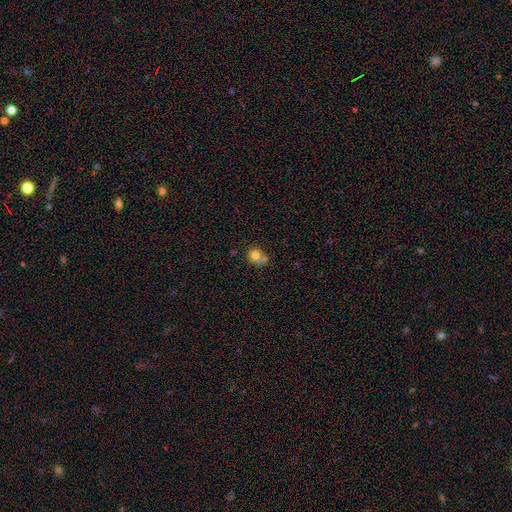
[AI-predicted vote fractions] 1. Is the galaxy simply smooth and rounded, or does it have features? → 76% smooth, 13% featured or disk, 11% star or artifact.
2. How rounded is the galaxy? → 77% round, 23% in between, 1% cigar-shaped.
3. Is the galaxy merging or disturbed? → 44% none, 33% merger, 16% minor disturbance, 7% major disturbance.